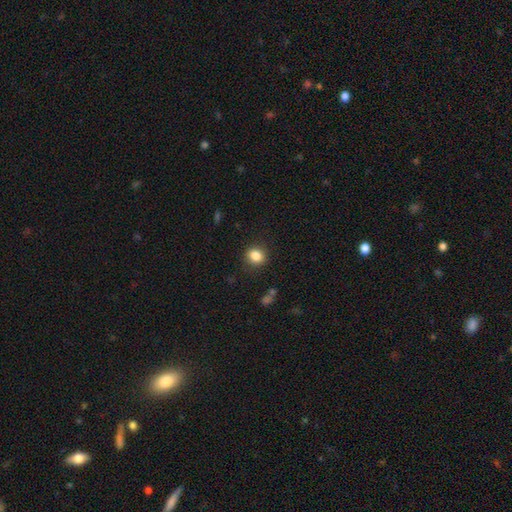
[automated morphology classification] type=smooth (84%); roundness=round (76%); merging=none (88%).